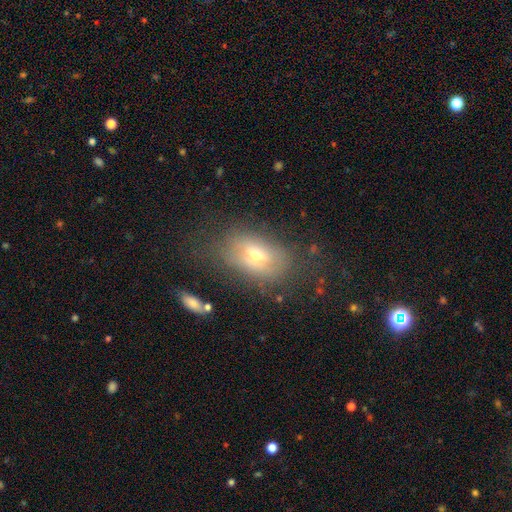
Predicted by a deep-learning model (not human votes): Smooth or featured: smooth — 59% (featured or disk — 28%)
How rounded: in between — 81% (round — 16%)
Merging: none — 63% (minor disturbance — 21%)